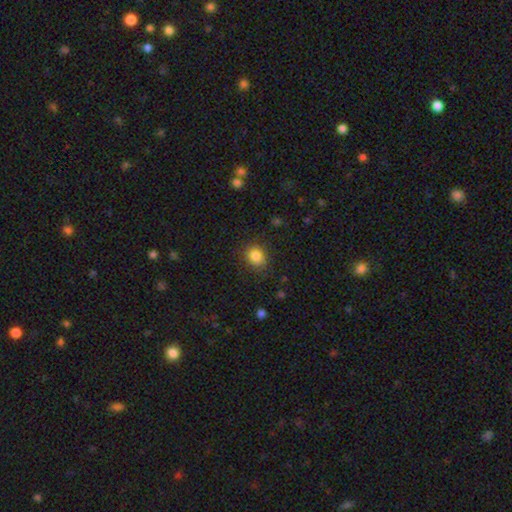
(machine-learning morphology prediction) smooth 85%, star or artifact 10%, featured or disk 5%. Down the decision tree: how rounded — round (70%); merging — none (84%).